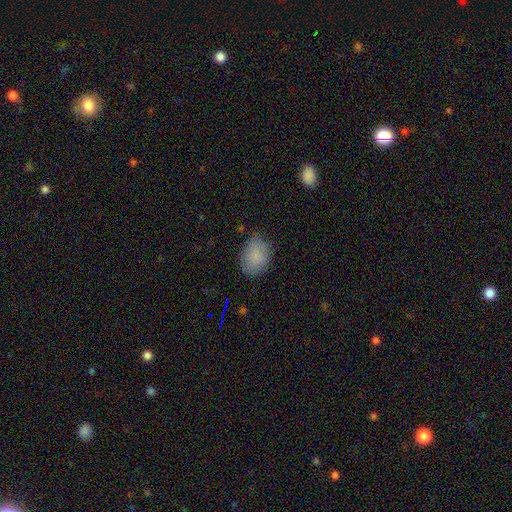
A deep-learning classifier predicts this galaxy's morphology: smooth 84%, star or artifact 8%, featured or disk 7%. Down the decision tree: how rounded — in between (72%); merging — none (73%).